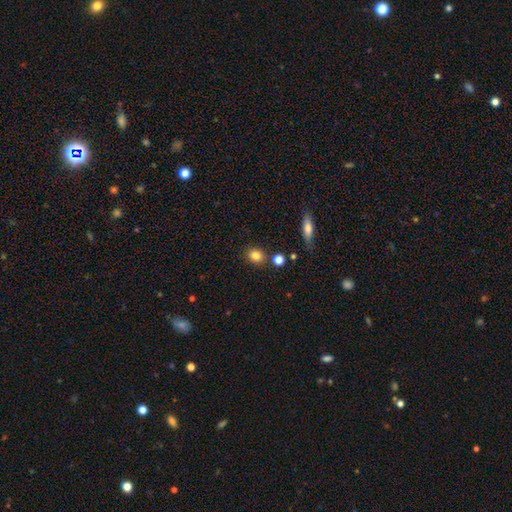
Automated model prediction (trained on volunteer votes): A smooth galaxy with no disk features (82%) that is round (69%). Merging: none (80%).